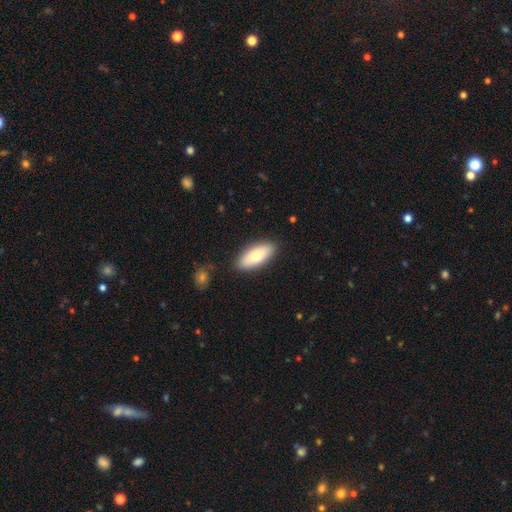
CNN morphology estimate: The model was most divided on "smooth or featured": smooth: 75%, featured or disk: 19%, star or artifact: 6%. More confident: merging — none (87%); how rounded — in between (84%).